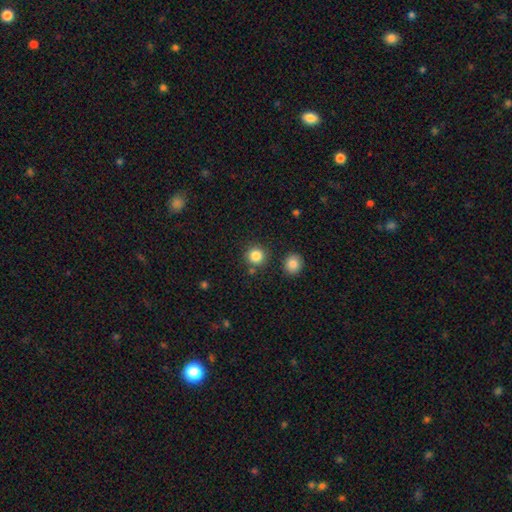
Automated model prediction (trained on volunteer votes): This appears to be a smooth galaxy with no disk features (85%) that is round (93%). Merging: none (85%).